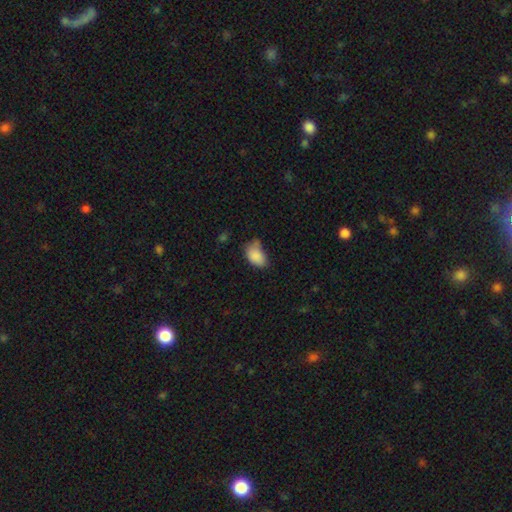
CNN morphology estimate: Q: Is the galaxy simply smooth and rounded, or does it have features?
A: smooth — 86%.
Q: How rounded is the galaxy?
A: in between — 87%.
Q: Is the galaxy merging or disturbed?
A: none — 46%.